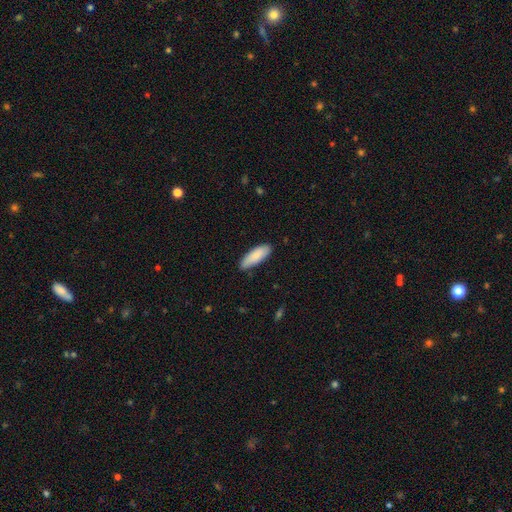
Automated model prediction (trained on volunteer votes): smooth 87%, featured or disk 8%, star or artifact 5%. Down the decision tree: how rounded — in between (60%); merging — none (84%).